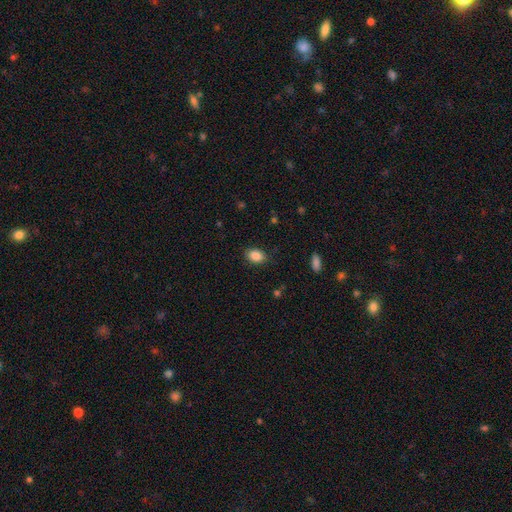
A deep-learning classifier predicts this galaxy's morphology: smooth 87%, star or artifact 8%, featured or disk 4%. Down the decision tree: how rounded — in between (80%); merging — none (85%).